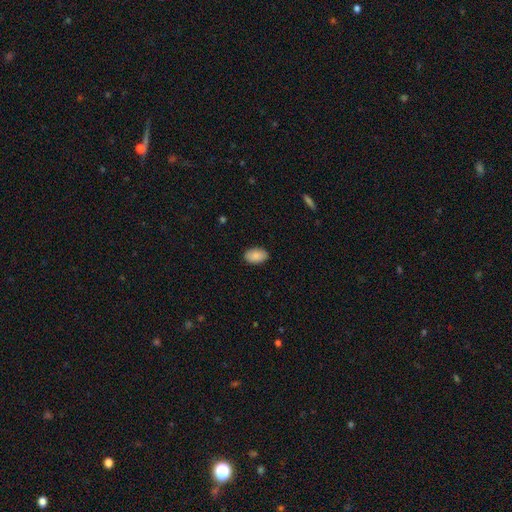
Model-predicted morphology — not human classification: This appears to be a smooth galaxy with no disk features (88%) that is in between round and cigar-shaped (92%). Merging: none (87%).